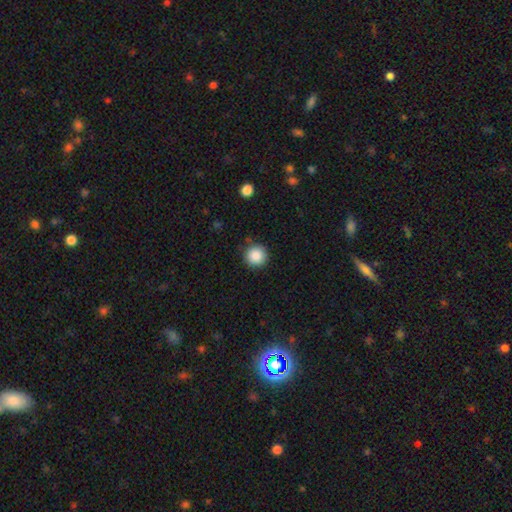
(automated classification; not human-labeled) This appears to be a smooth galaxy with no disk features (87%) that is round (95%). Merging: none (88%).